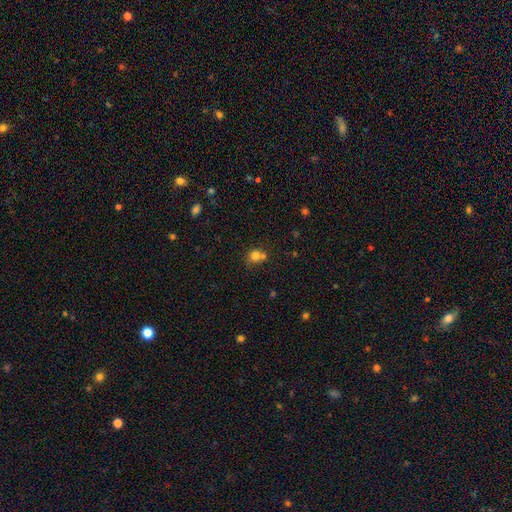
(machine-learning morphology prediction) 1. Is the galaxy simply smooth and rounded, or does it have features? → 78% smooth, 13% star or artifact, 9% featured or disk.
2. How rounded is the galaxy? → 81% round, 18% in between, 1% cigar-shaped.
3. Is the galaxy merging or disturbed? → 48% none, 37% merger, 11% minor disturbance, 4% major disturbance.